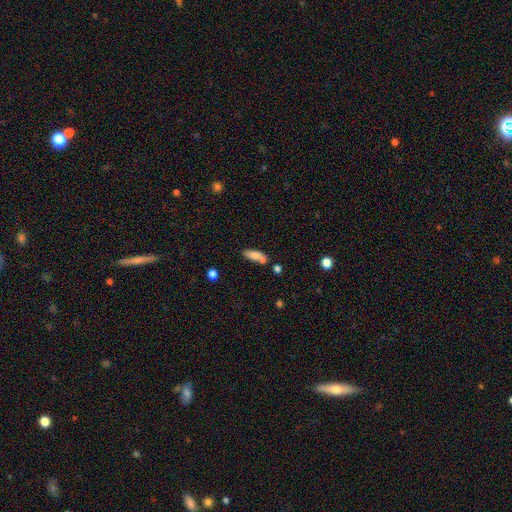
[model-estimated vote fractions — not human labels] Smooth or featured? smooth (75%)
How rounded? in between (63%)
Merging? none (57%)